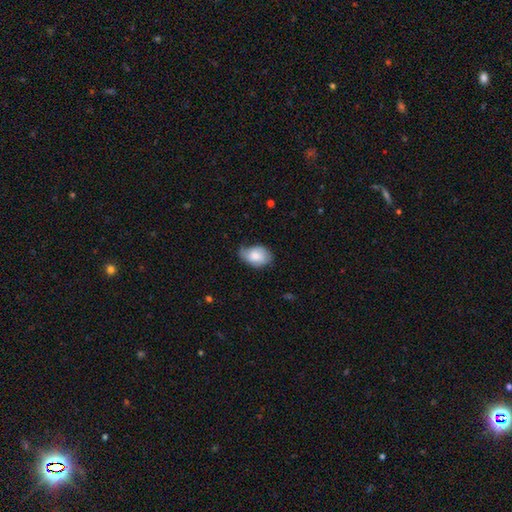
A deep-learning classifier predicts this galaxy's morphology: Smooth or featured? smooth (71%)
How rounded? in between (82%)
Merging? none (48%)